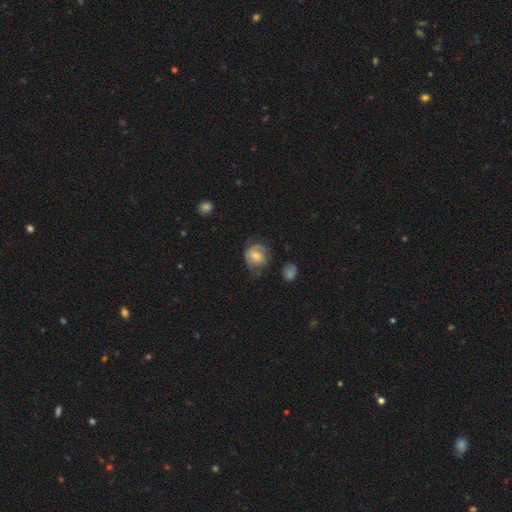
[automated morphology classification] A smooth galaxy with no disk features (55%) that is round (69%). Merging: none (49%).